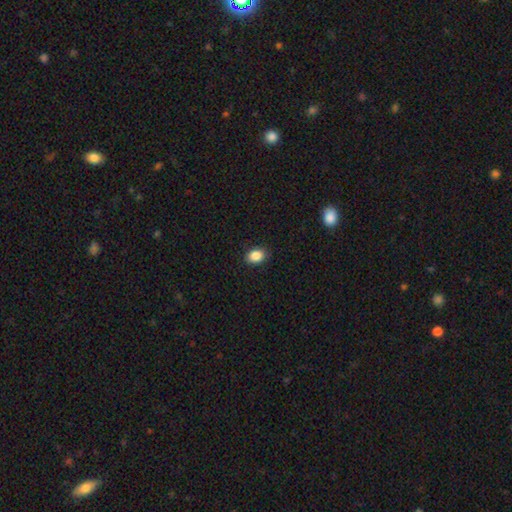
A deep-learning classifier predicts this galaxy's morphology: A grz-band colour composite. It shows a smooth galaxy with no disk features (87%) that is in between round and cigar-shaped (69%). Merging: none (89%).